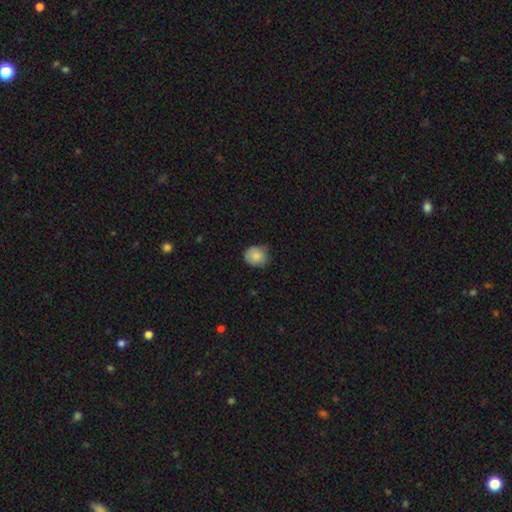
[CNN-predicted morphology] A smooth galaxy with no disk features (84%) that is round (77%).

Vote fractions:
- Smooth or featured? smooth: 84% / featured or disk: 8% / star or artifact: 8%
- How rounded? round: 77% / in between: 22% / cigar-shaped: 1%
- Merging? none: 68% / minor disturbance: 27% / major disturbance: 4% / merger: 1%